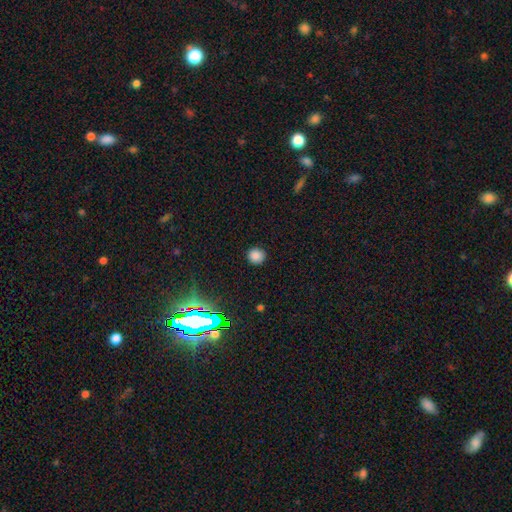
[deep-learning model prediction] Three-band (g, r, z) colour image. It shows a smooth galaxy with no disk features (82%) that is round (92%). Merging: none (91%).